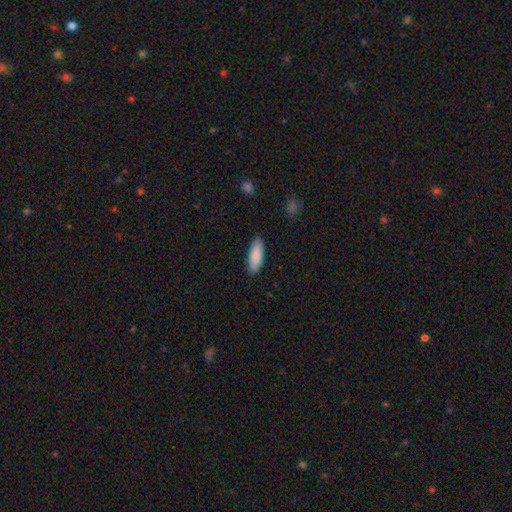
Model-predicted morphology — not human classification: Overall: smooth (88%). How rounded: in between (64%; cigar-shaped 35%). Merging: none (89%).